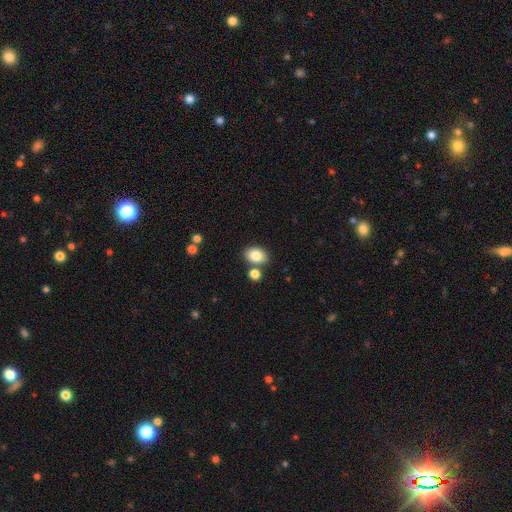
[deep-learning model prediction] Smooth or featured: smooth — 83% (star or artifact — 9%)
How rounded: in between — 70% (round — 29%)
Merging: none — 72% (merger — 15%)